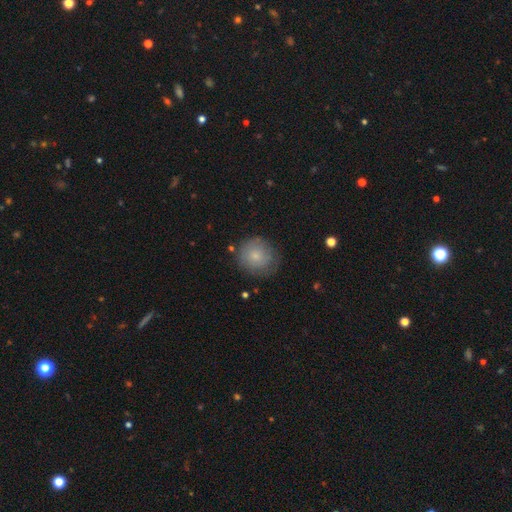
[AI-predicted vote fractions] Smooth or featured: smooth — 78% (featured or disk — 15%)
How rounded: round — 89% (in between — 10%)
Merging: none — 75% (minor disturbance — 19%)